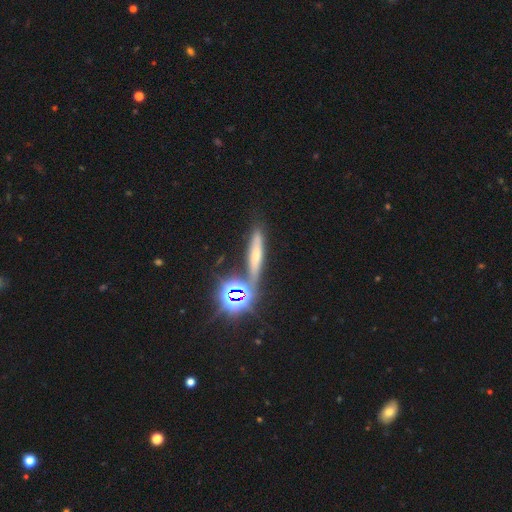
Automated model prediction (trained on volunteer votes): This is marginally a smooth galaxy (40%). Merging: likely none (71%).